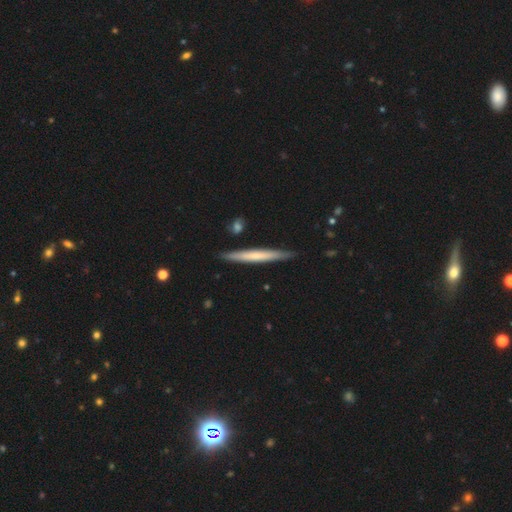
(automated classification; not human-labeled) Smooth or featured?
  - smooth: 54% *
  - featured or disk: 41%
  - star or artifact: 5%
How rounded?
  - cigar-shaped: 97% *
  - in between: 2%
  - round: 1%
Merging?
  - none: 88% *
  - minor disturbance: 9%
  - merger: 2%
  - major disturbance: 2%